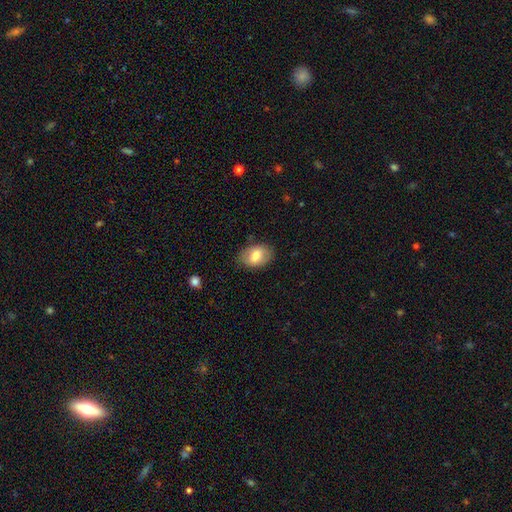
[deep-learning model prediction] This appears to be a smooth galaxy with no disk features (74%) that is in between round and cigar-shaped (83%). Merging: none (81%).